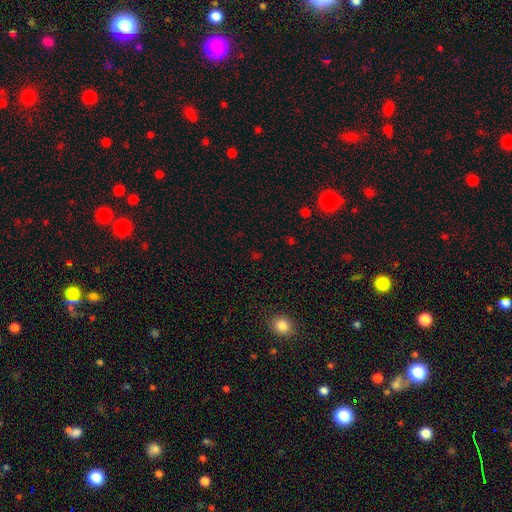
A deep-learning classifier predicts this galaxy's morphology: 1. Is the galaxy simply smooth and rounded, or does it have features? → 54% star or artifact, 39% smooth, 7% featured or disk.